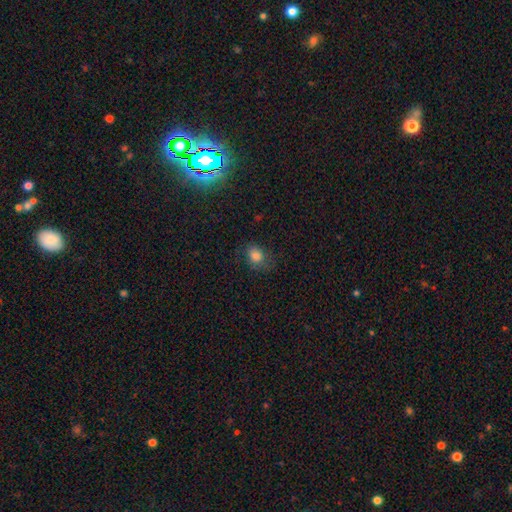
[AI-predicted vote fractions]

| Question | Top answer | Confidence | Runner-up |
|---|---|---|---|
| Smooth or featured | smooth | 80% | star or artifact (12%) |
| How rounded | in between | 53% | round (46%) |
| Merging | none | 65% | minor disturbance (23%) |